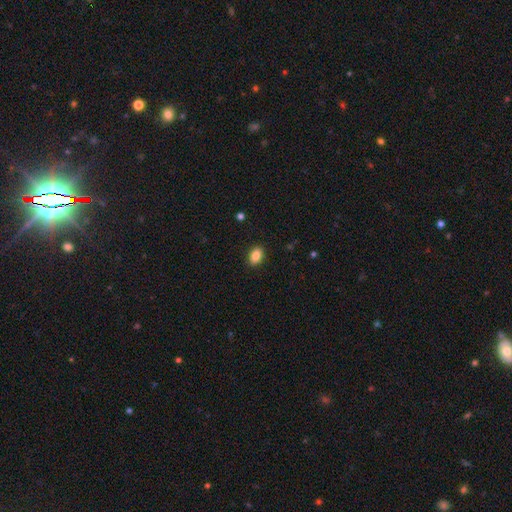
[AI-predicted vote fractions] This is clearly a smooth galaxy (86%). How rounded: clearly in between (82%). Merging: clearly none (89%).